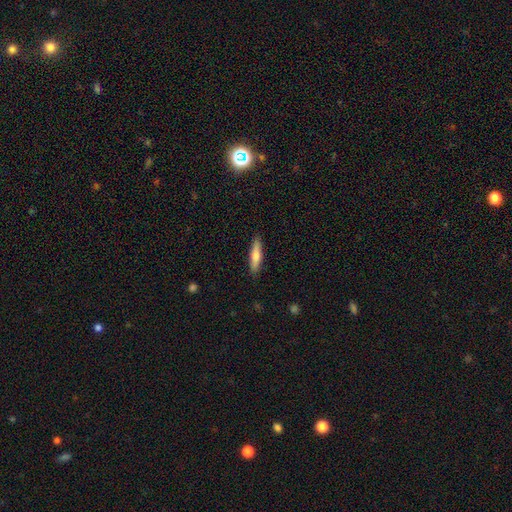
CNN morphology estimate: smooth_or_featured: smooth (p=0.71) [alt: featured or disk p=0.24]
how_rounded: cigar-shaped (p=0.79) [alt: in between p=0.20]
merging: none (p=0.88) [alt: minor disturbance p=0.09]